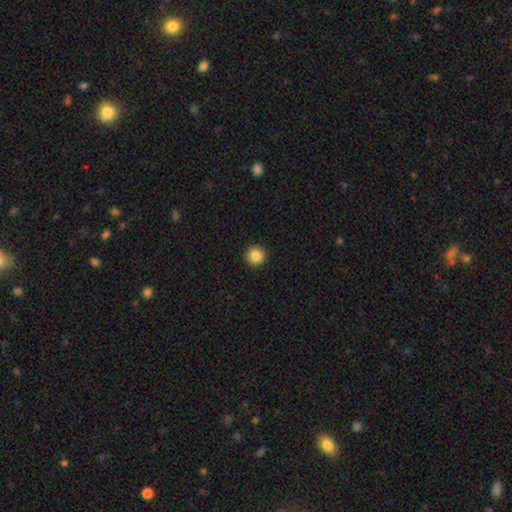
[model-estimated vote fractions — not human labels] smooth_or_featured: smooth (p=0.86) [alt: star or artifact p=0.10]
how_rounded: round (p=0.95) [alt: in between p=0.04]
merging: none (p=0.93) [alt: minor disturbance p=0.05]